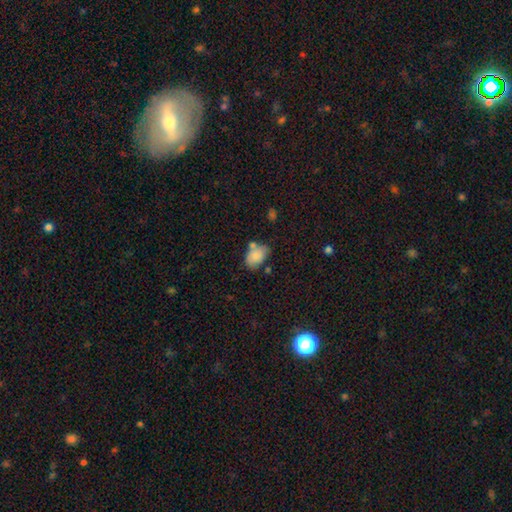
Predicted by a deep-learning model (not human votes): Smooth or featured? smooth (83%)
How rounded? in between (86%)
Merging? none (55%)